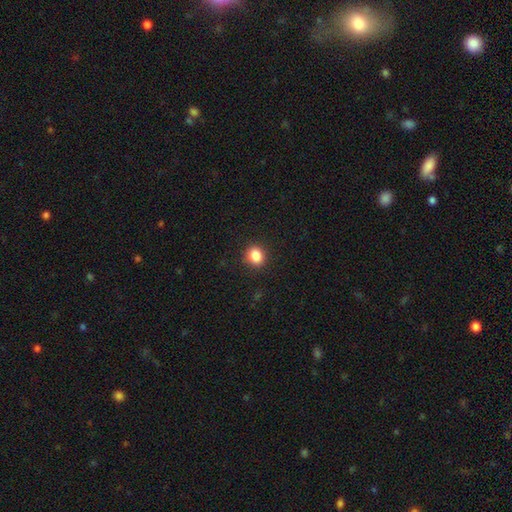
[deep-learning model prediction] smooth 86%, star or artifact 10%, featured or disk 4%. Down the decision tree: how rounded — round (65%); merging — none (88%).